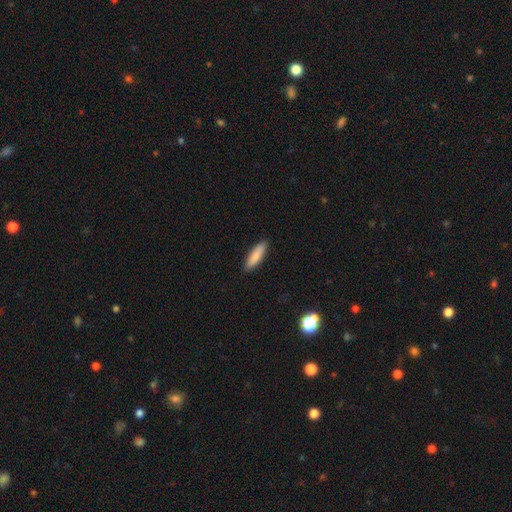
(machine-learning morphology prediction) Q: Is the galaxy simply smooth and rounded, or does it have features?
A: smooth — 86%.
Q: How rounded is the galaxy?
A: cigar-shaped — 61%.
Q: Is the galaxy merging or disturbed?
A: none — 89%.